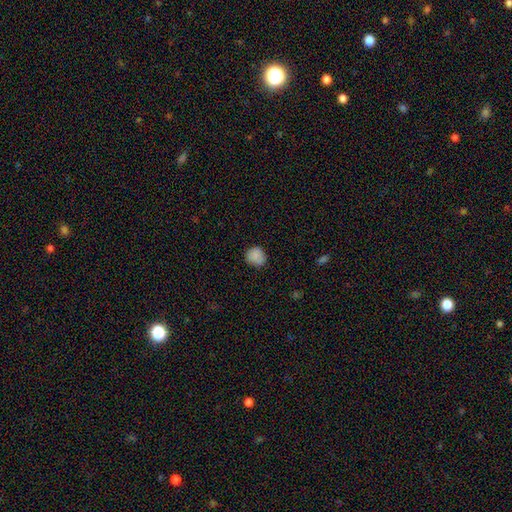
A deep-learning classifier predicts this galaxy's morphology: Smooth or featured? smooth (85%)
How rounded? round (84%)
Merging? none (78%)